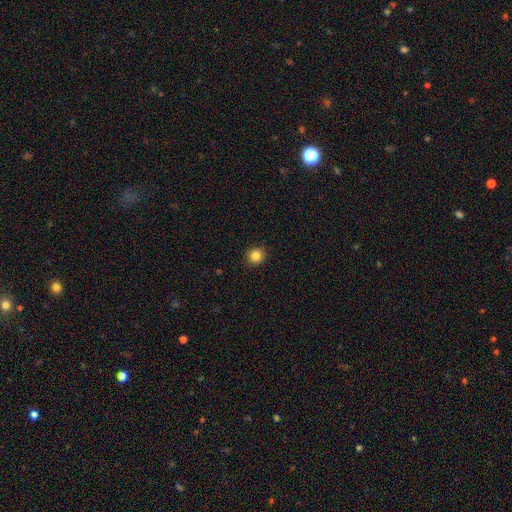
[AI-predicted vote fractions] Overall: smooth (84%). How rounded: round (93%). Merging: none (92%).